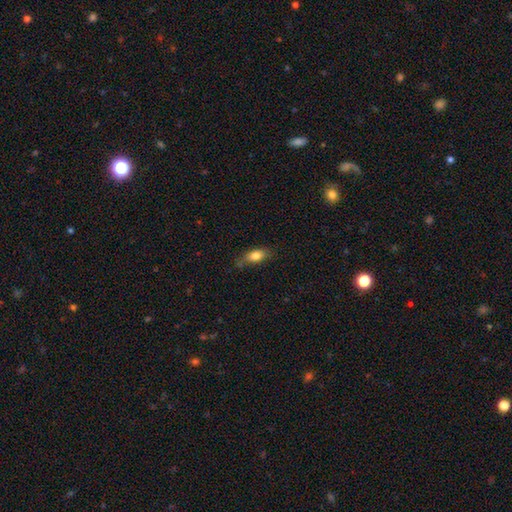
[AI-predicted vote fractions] Q: Smooth or featured?
A: smooth (80%); runner-up: featured or disk (12%)
Q: How rounded?
A: in between (79%); runner-up: cigar-shaped (15%)
Q: Merging?
A: none (67%); runner-up: minor disturbance (24%)